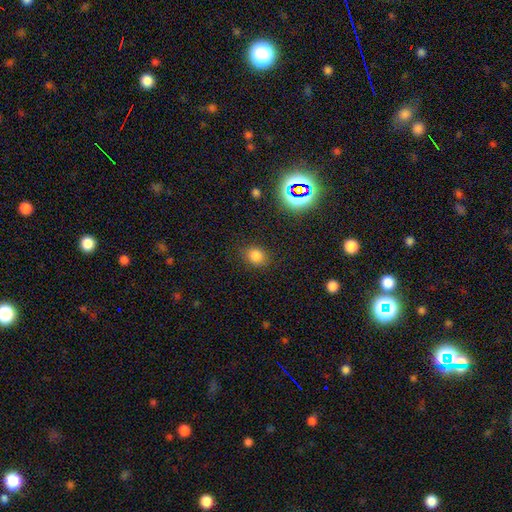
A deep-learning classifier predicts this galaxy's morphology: Smooth or featured?
  - smooth: 78% *
  - star or artifact: 17%
  - featured or disk: 5%
How rounded?
  - round: 62% *
  - in between: 37%
  - cigar-shaped: 1%
Merging?
  - none: 82% *
  - minor disturbance: 12%
  - major disturbance: 4%
  - merger: 2%